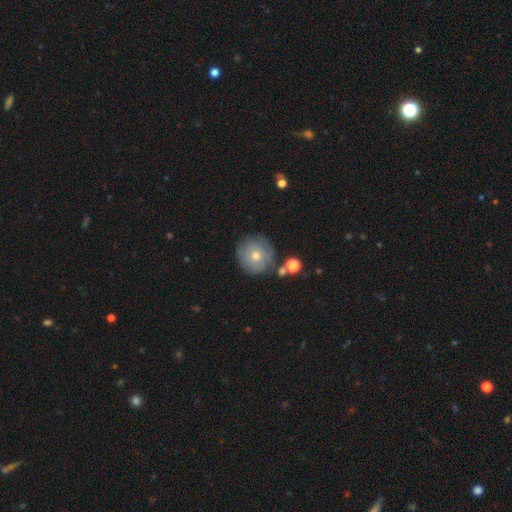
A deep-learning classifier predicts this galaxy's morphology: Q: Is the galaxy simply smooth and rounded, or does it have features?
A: smooth — 63%.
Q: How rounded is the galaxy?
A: round — 95%.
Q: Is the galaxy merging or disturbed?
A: none — 81%.